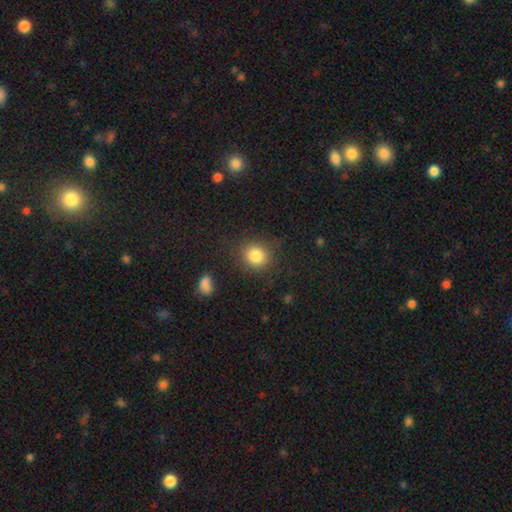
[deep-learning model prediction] Smooth or featured: smooth — 84% (star or artifact — 10%)
How rounded: round — 79% (in between — 20%)
Merging: none — 84% (minor disturbance — 10%)